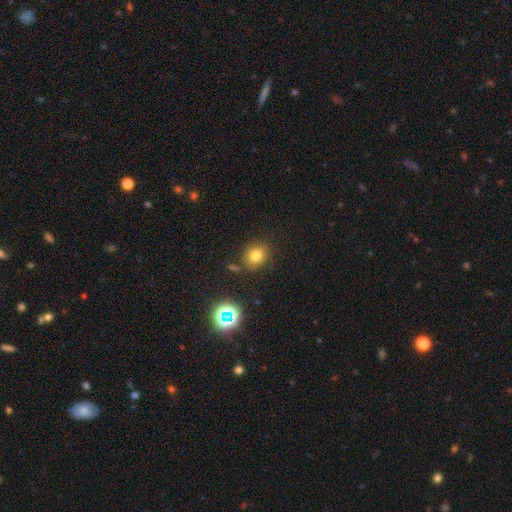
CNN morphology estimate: smooth-or-featured: smooth: 73% | star or artifact: 18% | featured or disk: 9%
  how-rounded: round: 70% | in between: 29% | cigar-shaped: 1%
  merging: none: 78% | minor disturbance: 12% | merger: 6% | major disturbance: 4%